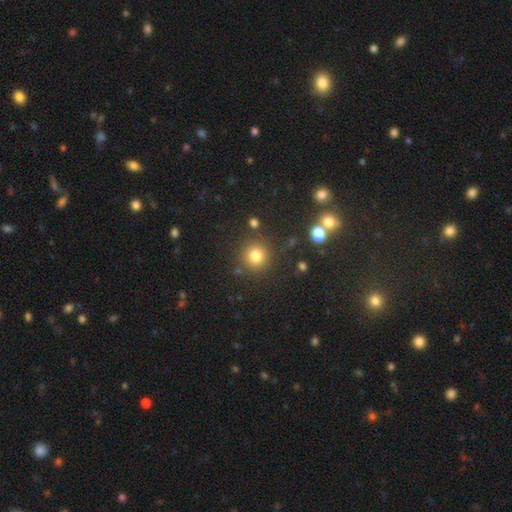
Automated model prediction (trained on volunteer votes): The model was most divided on "smooth or featured": smooth: 79%, star or artifact: 14%, featured or disk: 7%. More confident: how rounded — round (93%); merging — none (85%).